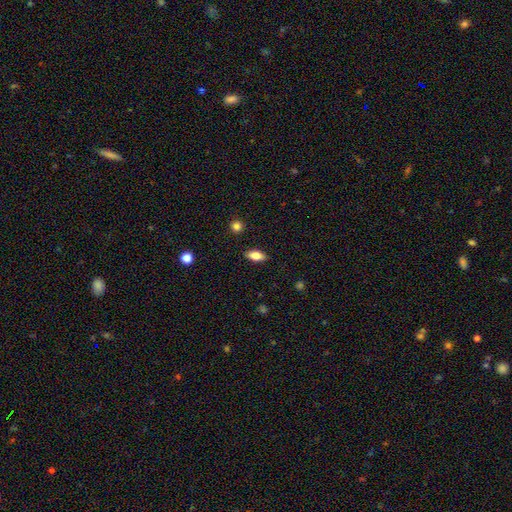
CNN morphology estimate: Smooth or featured: smooth — 76% (featured or disk — 16%)
How rounded: in between — 85% (cigar-shaped — 11%)
Merging: none — 88% (minor disturbance — 9%)